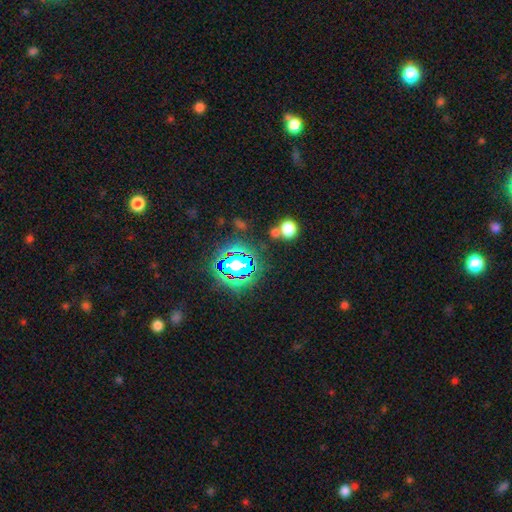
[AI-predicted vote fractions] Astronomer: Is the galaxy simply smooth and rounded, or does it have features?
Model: star or artifact — 80%.